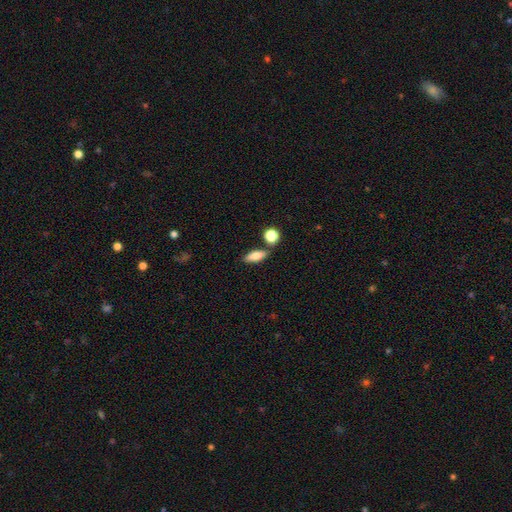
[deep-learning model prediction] Smooth or featured? Predicted: smooth (p=0.78). How rounded? Predicted: in between (p=0.70). Merging? Predicted: none (p=0.76).